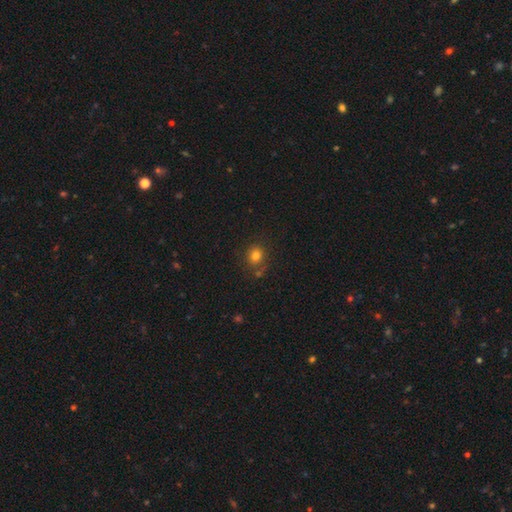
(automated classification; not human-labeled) Q: Smooth or featured?
A: smooth (78%); runner-up: star or artifact (15%)
Q: How rounded?
A: round (81%); runner-up: in between (18%)
Q: Merging?
A: none (74%); runner-up: minor disturbance (13%)